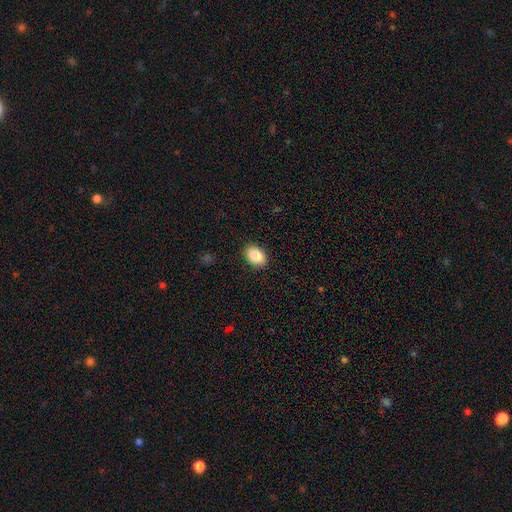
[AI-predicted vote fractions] Smooth or featured?
  - smooth: 88% *
  - star or artifact: 7%
  - featured or disk: 4%
How rounded?
  - in between: 84% *
  - round: 15%
  - cigar-shaped: 1%
Merging?
  - none: 89% *
  - minor disturbance: 8%
  - major disturbance: 2%
  - merger: 1%